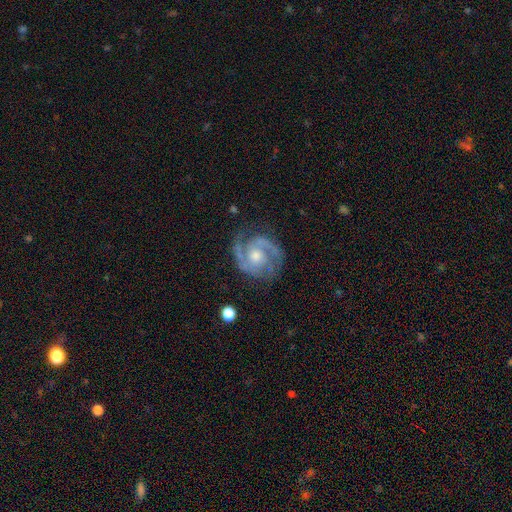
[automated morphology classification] Overall: featured or disk (90%). Edge-on disk: no (98%). Bar: no (64%; weak 29%). Spiral arms: yes (98%). Spiral arm count: 2 (86%). Spiral winding: tight (48%; medium 45%). Bulge size: moderate (60%; small 31%). Merging: none (78%).